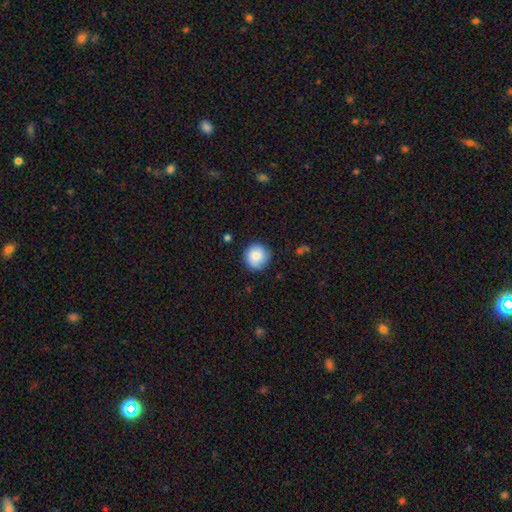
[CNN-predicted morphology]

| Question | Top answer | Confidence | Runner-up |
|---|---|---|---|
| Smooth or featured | smooth | 79% | featured or disk (14%) |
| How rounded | round | 94% | in between (5%) |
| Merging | none | 84% | minor disturbance (12%) |